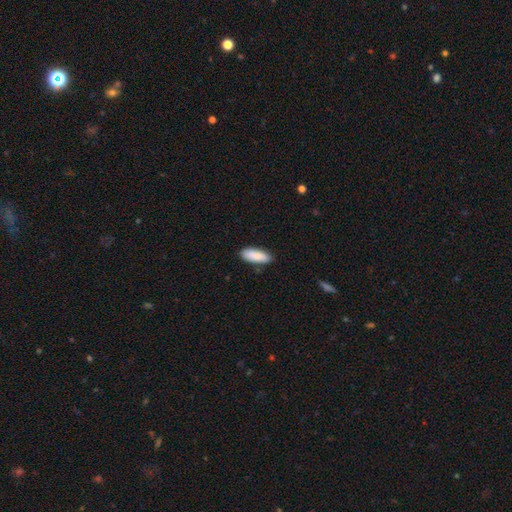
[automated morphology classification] type=smooth (87%); roundness=in between (71%); merging=none (85%).